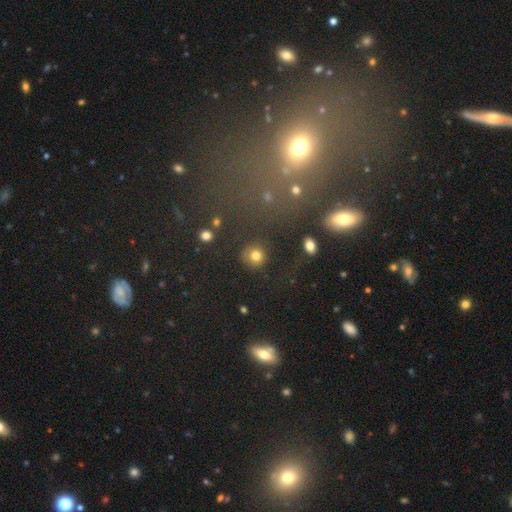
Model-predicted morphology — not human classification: Smooth or featured: smooth — 80% (star or artifact — 13%)
How rounded: round — 91% (in between — 8%)
Merging: none — 84% (minor disturbance — 9%)